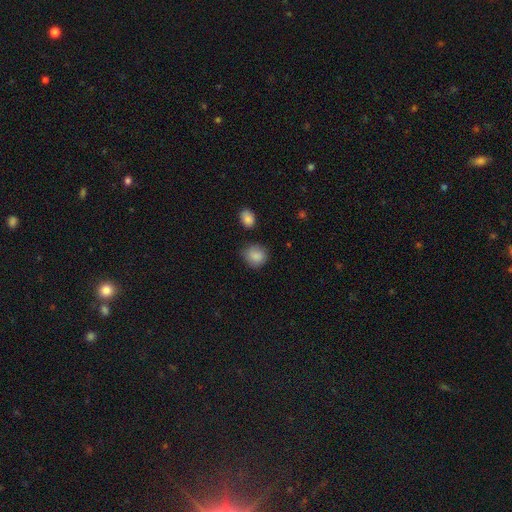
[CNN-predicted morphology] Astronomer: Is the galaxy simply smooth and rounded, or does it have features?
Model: smooth — 87%.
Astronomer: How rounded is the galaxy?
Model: round — 83%.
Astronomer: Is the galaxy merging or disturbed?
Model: none — 76%.